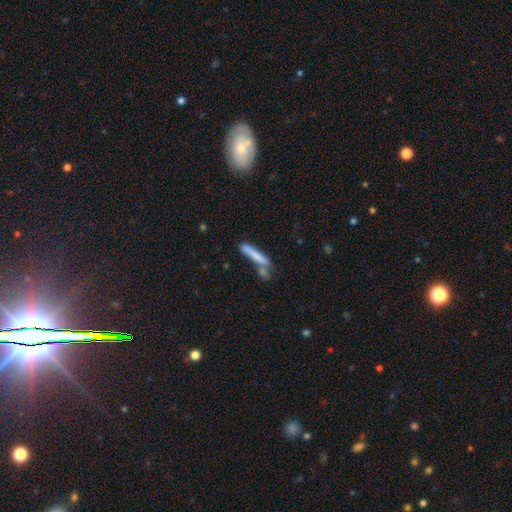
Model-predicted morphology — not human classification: type=smooth (72%); roundness=cigar-shaped (92%); merging=none (58%).